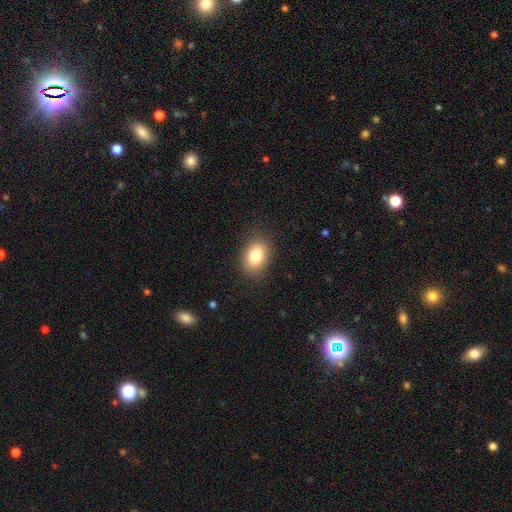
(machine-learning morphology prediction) A smooth galaxy with no disk features (81%) that is in between round and cigar-shaped (75%). Merging: none (86%).